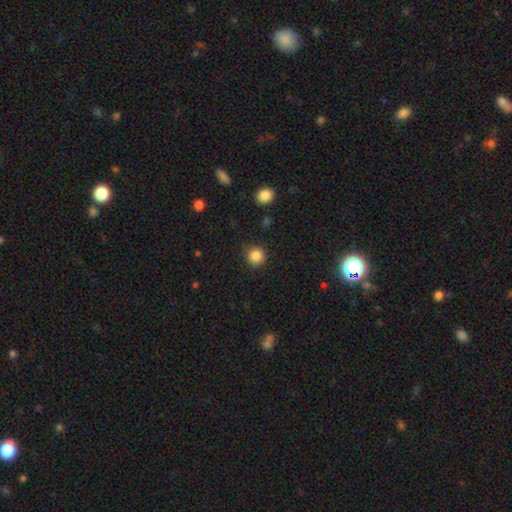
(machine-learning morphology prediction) Smooth or featured? Predicted: smooth (p=0.86). How rounded? Predicted: round (p=0.94). Merging? Predicted: none (p=0.88).